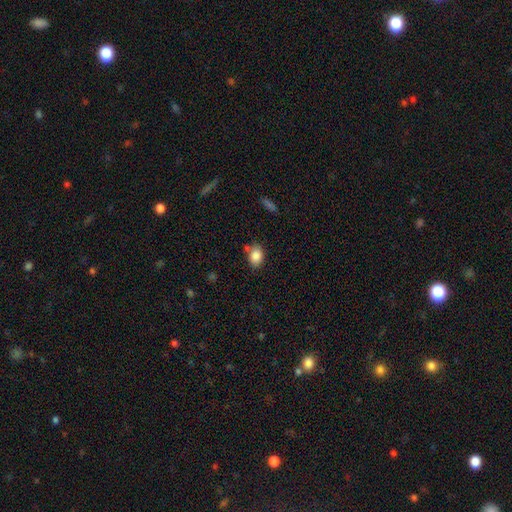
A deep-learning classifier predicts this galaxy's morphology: A smooth galaxy with no disk features (86%) that is in between round and cigar-shaped (68%).

Vote fractions:
- Smooth or featured? smooth: 86% / star or artifact: 8% / featured or disk: 6%
- How rounded? in between: 68% / round: 30% / cigar-shaped: 1%
- Merging? none: 70% / minor disturbance: 18% / merger: 8% / major disturbance: 4%